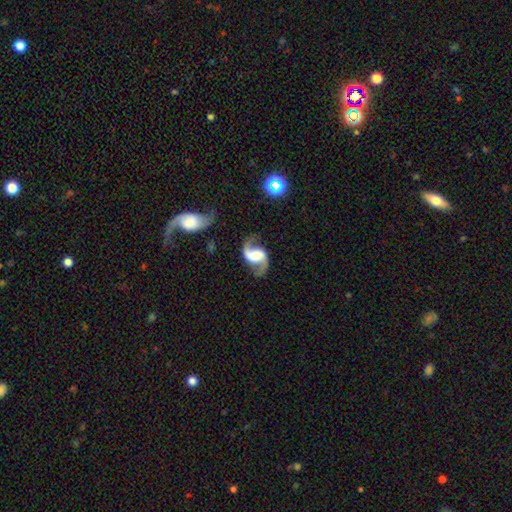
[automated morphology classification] smooth-or-featured: featured or disk: 89% | smooth: 6% | star or artifact: 5%
  disk-edge-on: no: 98% | yes: 2%
    bar: weak: 39% | strong: 31% | no: 29%
    has-spiral-arms: yes: 97% | no: 3%
      spiral-winding: loose: 57% | medium: 36% | tight: 7%
      spiral-arm-count: 2: 94% | 1: 2% | can't tell: 2% | 3: 1% | 4: 1% | more than 4: 1%
    bulge-size: moderate: 36% | large: 29% | small: 20% | none: 10% | dominant: 5%
  merging: none: 76% | minor disturbance: 13% | major disturbance: 8% | merger: 3%